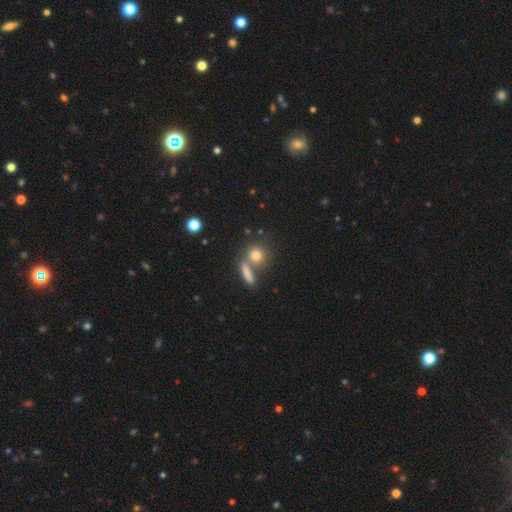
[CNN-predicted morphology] Smooth or featured? smooth (76%)
How rounded? round (76%)
Merging? none (60%)